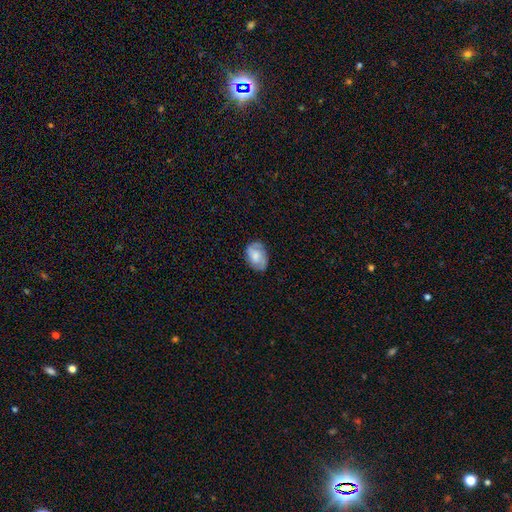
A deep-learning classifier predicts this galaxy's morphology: Smooth or featured? featured or disk (51%)
Edge-on disk? no (96%)
Merging? none (73%)